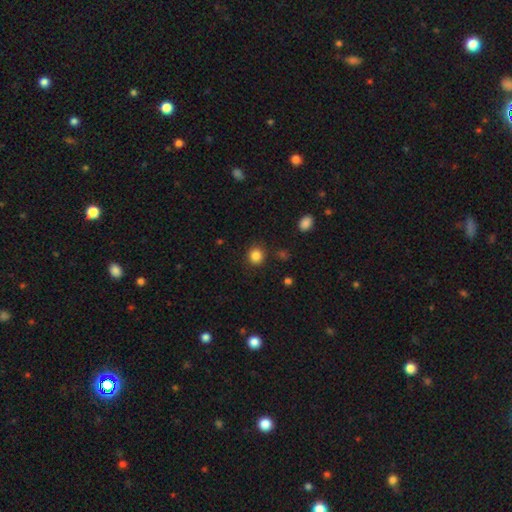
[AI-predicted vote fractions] Q: Smooth or featured?
A: smooth (85%); runner-up: star or artifact (11%)
Q: How rounded?
A: round (88%); runner-up: in between (11%)
Q: Merging?
A: none (88%); runner-up: minor disturbance (8%)